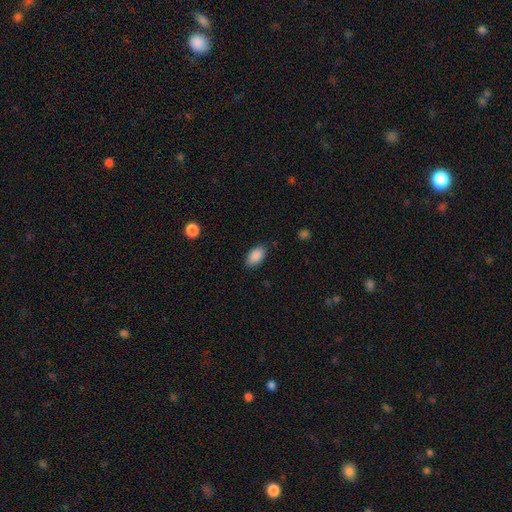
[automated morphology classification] This is clearly a smooth galaxy (89%). How rounded: clearly in between (93%). Merging: clearly none (85%).